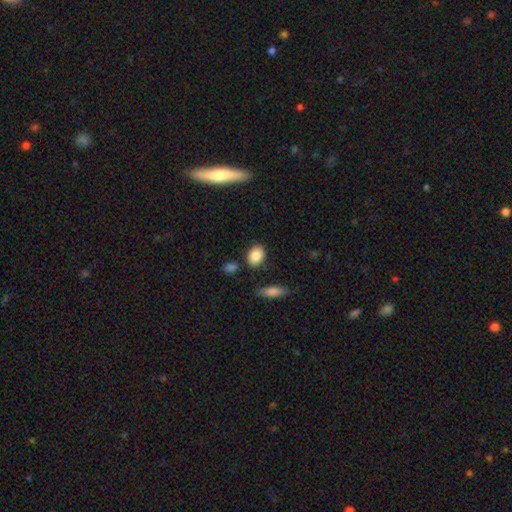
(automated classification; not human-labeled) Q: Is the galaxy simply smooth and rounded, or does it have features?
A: smooth — 85%.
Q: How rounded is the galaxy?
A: in between — 71%.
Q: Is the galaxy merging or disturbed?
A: none — 82%.